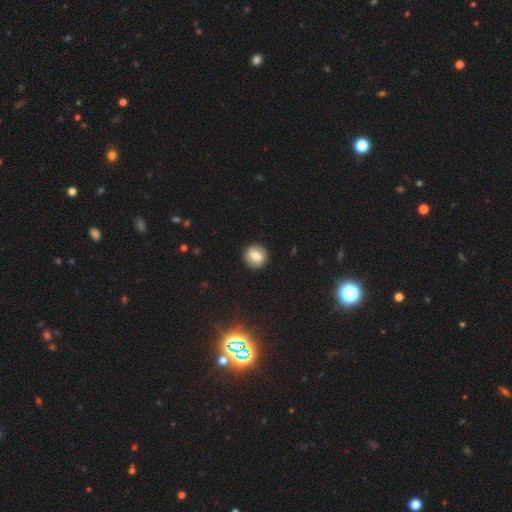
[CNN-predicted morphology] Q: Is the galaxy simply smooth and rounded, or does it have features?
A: smooth — 67%.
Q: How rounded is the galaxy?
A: round — 89%.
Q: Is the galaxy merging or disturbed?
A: none — 89%.